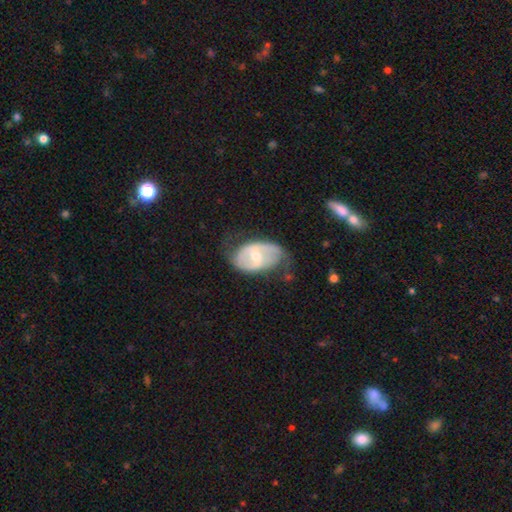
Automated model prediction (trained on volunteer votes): A featured or disk galaxy (69%) with a weak bar (44%), spiral arms (71%) and a moderate central bulge (64%). Merging: none (52%).